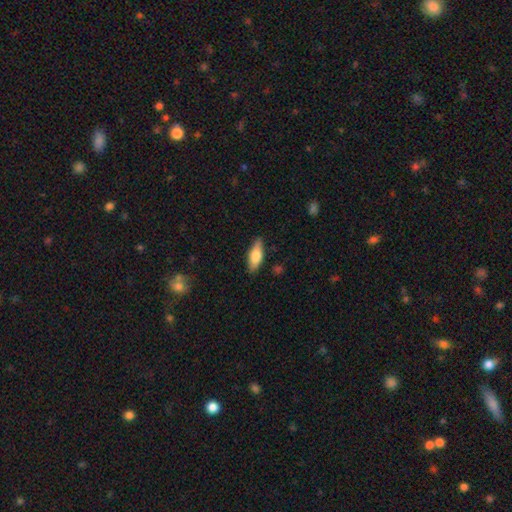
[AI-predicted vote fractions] The model was most divided on "how rounded": in between: 71%, cigar-shaped: 27%, round: 2%. More confident: merging — none (83%); smooth or featured — smooth (73%).